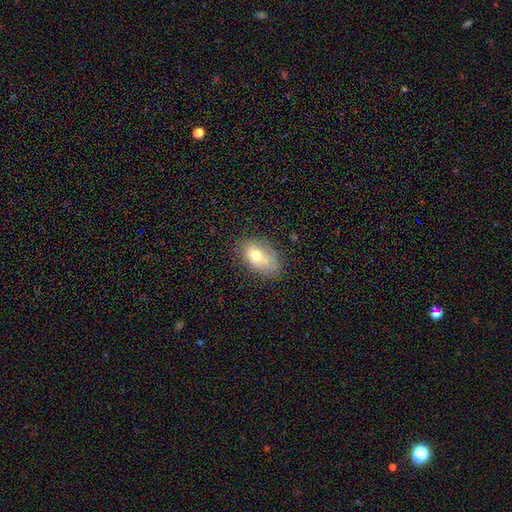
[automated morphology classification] The model was most divided on "merging": none: 55%, minor disturbance: 27%, major disturbance: 10%, merger: 7%. More confident: how rounded — in between (85%); smooth or featured — smooth (67%).